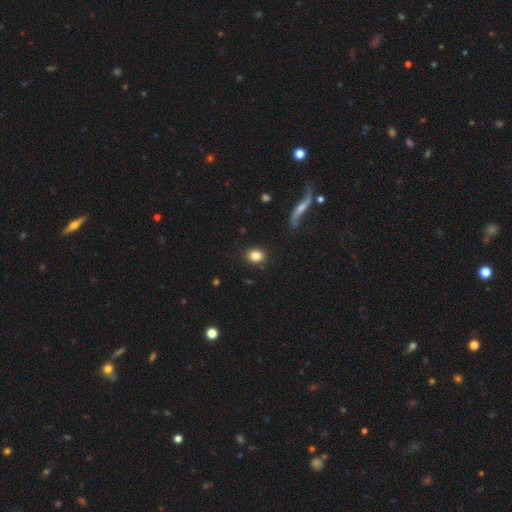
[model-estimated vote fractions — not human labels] smooth-or-featured: smooth: 85% | star or artifact: 9% | featured or disk: 6%
  how-rounded: round: 59% | in between: 39% | cigar-shaped: 2%
  merging: none: 88% | minor disturbance: 8% | major disturbance: 2% | merger: 1%